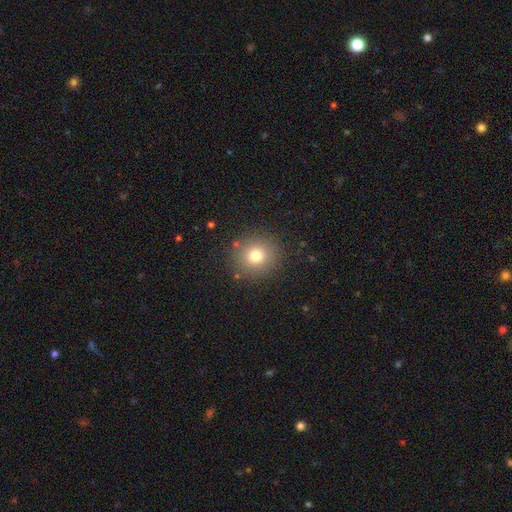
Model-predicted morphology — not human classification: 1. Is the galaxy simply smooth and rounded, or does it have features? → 77% smooth, 14% star or artifact, 10% featured or disk.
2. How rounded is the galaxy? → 91% round, 8% in between, 1% cigar-shaped.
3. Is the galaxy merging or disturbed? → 87% none, 8% minor disturbance, 3% major disturbance, 2% merger.